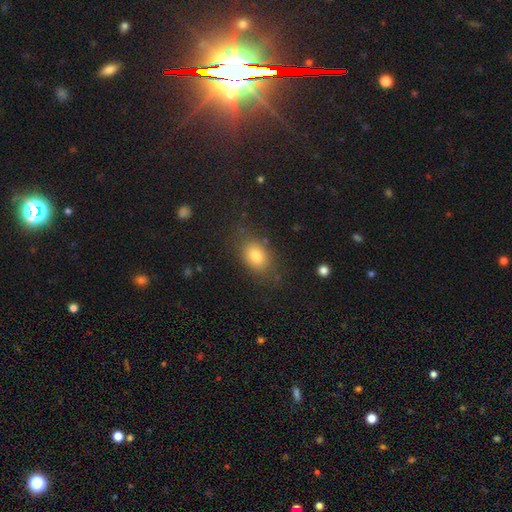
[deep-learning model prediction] Morphology: type=smooth (79%); roundness=in between (78%); merging=none (79%).